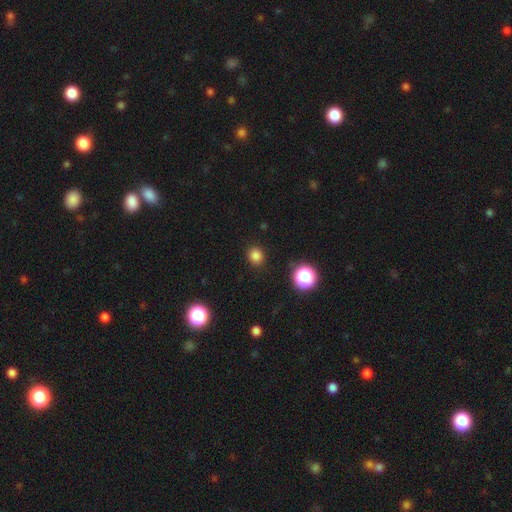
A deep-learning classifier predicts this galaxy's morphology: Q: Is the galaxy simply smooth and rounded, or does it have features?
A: smooth — 81%.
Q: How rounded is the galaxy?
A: round — 82%.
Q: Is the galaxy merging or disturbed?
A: none — 90%.